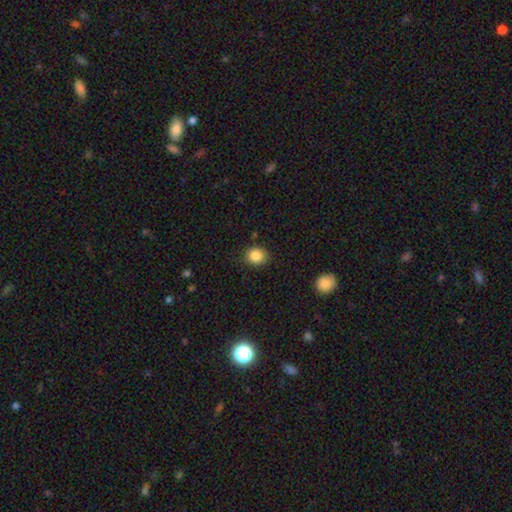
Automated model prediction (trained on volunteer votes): Smooth or featured? smooth (85%)
How rounded? round (73%)
Merging? none (85%)